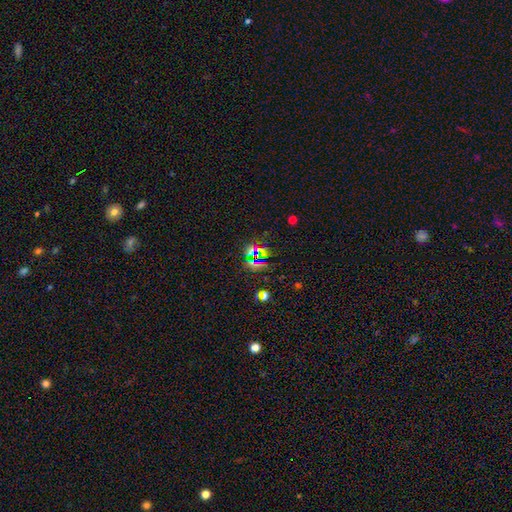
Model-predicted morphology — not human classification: Smooth or featured? star or artifact (64%)